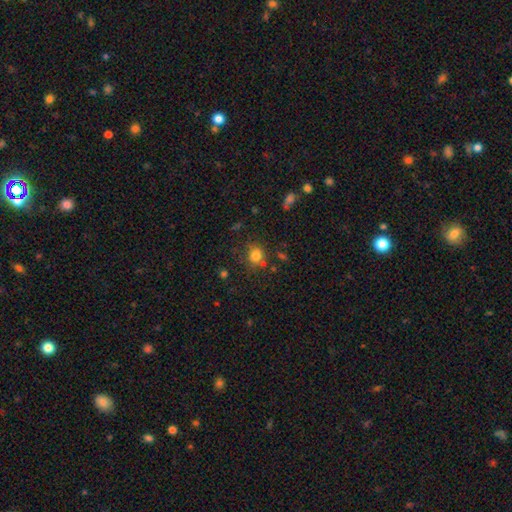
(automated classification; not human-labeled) This appears to be a smooth galaxy with no disk features (78%) that is round (76%). Merging: none (68%).